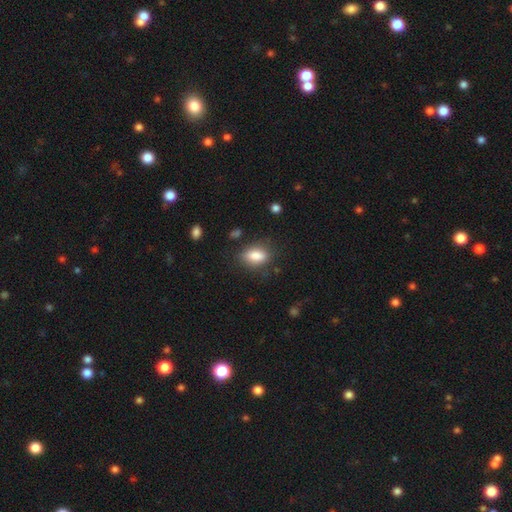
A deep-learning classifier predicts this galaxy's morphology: A smooth galaxy with no disk features (84%) that is in between round and cigar-shaped (86%).

Vote fractions:
- Smooth or featured? smooth: 84% / featured or disk: 8% / star or artifact: 8%
- How rounded? in between: 86% / round: 9% / cigar-shaped: 5%
- Merging? none: 76% / minor disturbance: 17% / major disturbance: 5% / merger: 2%